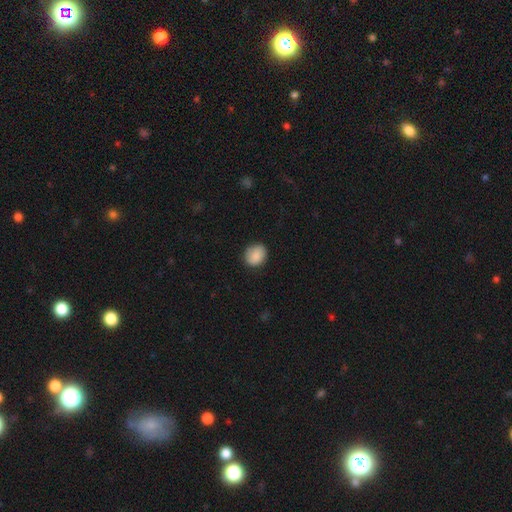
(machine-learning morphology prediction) A smooth galaxy with no disk features (87%) that is round (69%). Merging: none (84%).